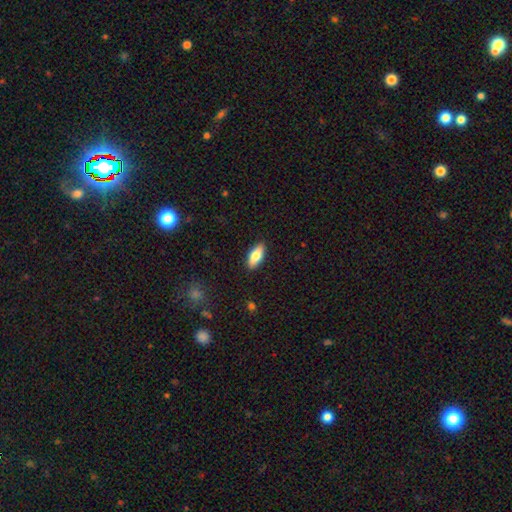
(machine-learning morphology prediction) Smooth or featured? smooth (77%)
How rounded? in between (82%)
Merging? none (89%)